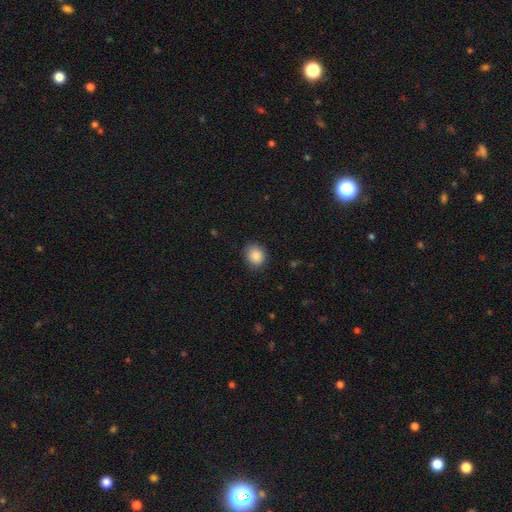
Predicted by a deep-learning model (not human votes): Morphology: type=smooth (88%); roundness=round (58%); merging=none (84%).